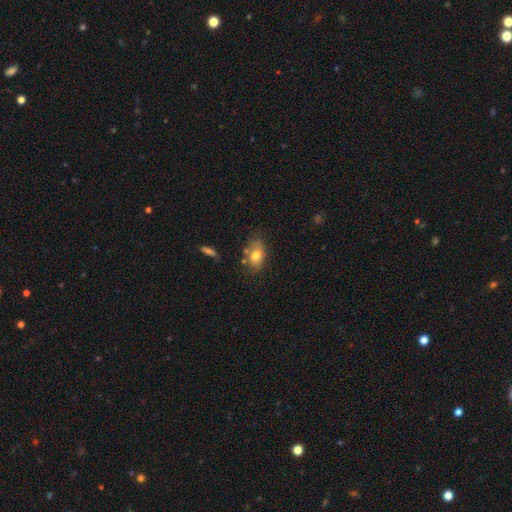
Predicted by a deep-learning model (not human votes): Smooth or featured? Predicted: smooth (p=0.74). How rounded? Predicted: in between (p=0.84). Merging? Predicted: none (p=0.63).